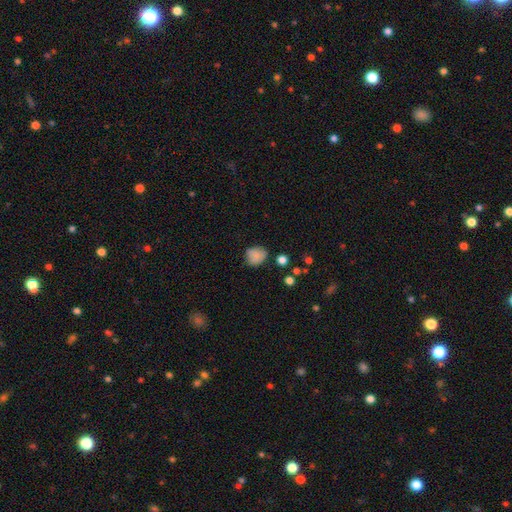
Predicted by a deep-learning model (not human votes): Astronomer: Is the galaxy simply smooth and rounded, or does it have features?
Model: smooth — 81%.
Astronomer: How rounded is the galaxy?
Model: round — 62% (runner-up: in between, 37%).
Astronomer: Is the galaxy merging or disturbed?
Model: none — 62%.